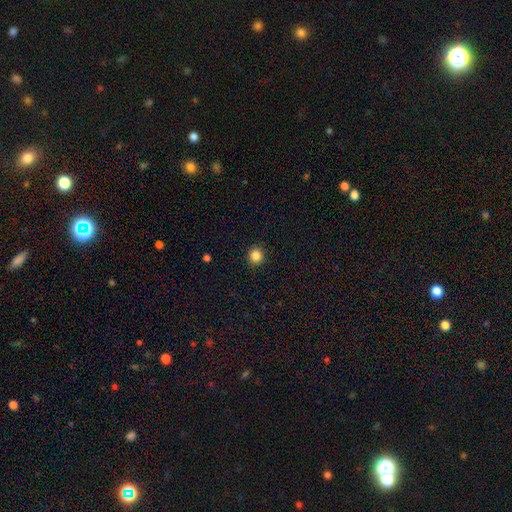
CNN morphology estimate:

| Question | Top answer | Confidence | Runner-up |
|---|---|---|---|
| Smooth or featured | smooth | 85% | star or artifact (11%) |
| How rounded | round | 92% | in between (7%) |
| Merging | none | 92% | minor disturbance (5%) |